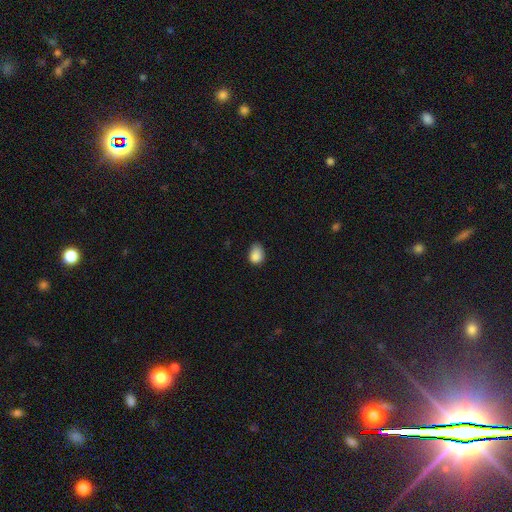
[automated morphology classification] A smooth galaxy with no disk features (86%) that is in between round and cigar-shaped (66%).

Vote fractions:
- Smooth or featured? smooth: 86% / star or artifact: 9% / featured or disk: 5%
- How rounded? in between: 66% / round: 33% / cigar-shaped: 1%
- Merging? none: 53% / minor disturbance: 38% / major disturbance: 7% / merger: 2%